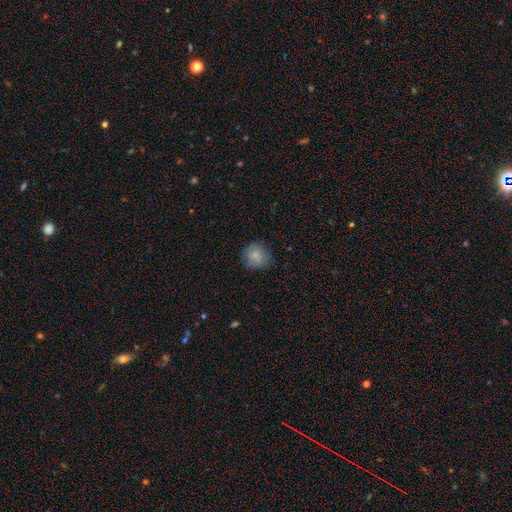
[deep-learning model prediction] Smooth or featured: smooth — 84% (star or artifact — 8%)
How rounded: round — 88% (in between — 11%)
Merging: none — 80% (minor disturbance — 16%)